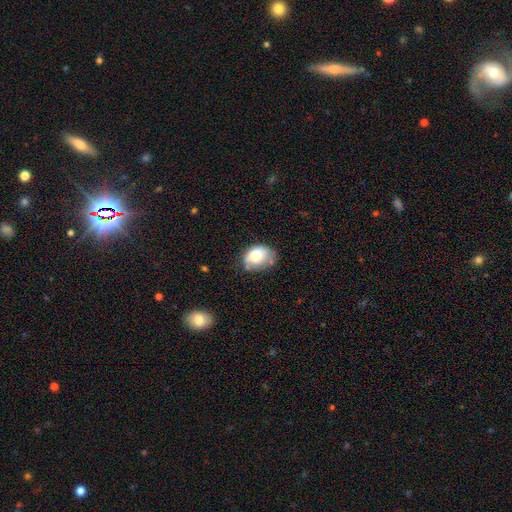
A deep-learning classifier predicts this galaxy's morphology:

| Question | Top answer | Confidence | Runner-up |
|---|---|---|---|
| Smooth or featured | smooth | 73% | featured or disk (19%) |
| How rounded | in between | 68% | round (31%) |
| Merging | none | 49% | minor disturbance (34%) |